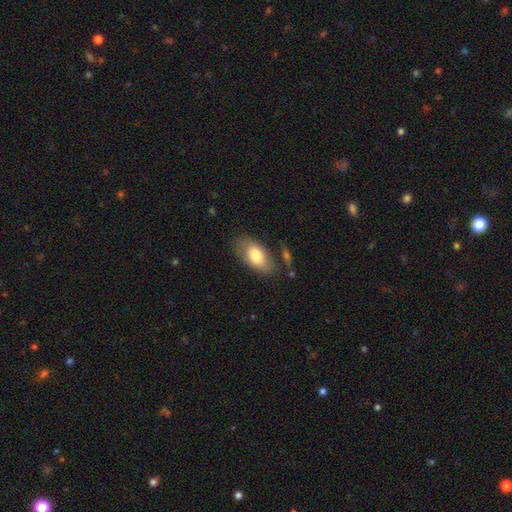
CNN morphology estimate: Overall: smooth (76%). How rounded: in between (92%). Merging: none (71%).